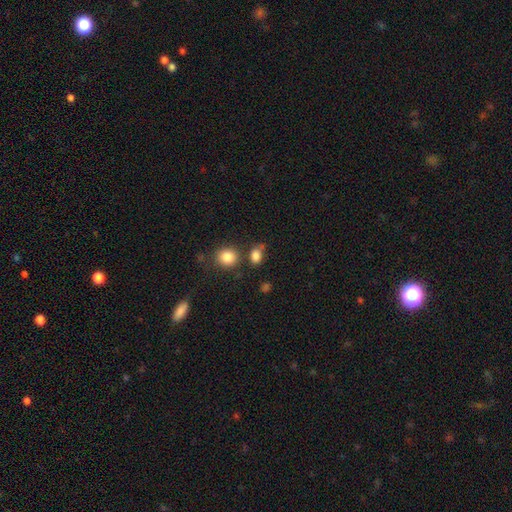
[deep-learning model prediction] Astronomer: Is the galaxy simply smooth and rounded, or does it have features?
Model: smooth — 83%.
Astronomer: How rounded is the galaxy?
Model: in between — 62%.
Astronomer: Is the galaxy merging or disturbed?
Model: none — 65%.